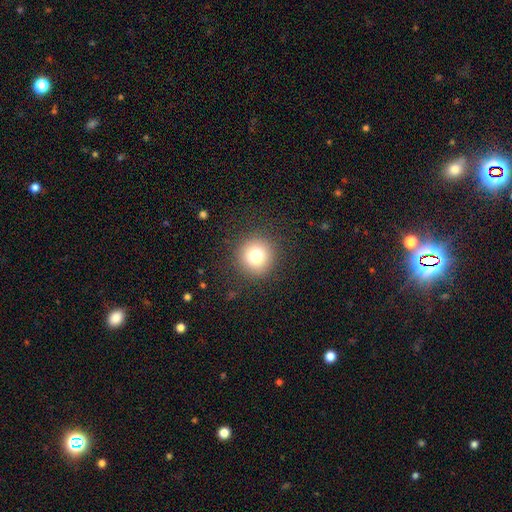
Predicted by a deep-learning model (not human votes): Smooth or featured: smooth — 77% (star or artifact — 13%)
How rounded: round — 94% (in between — 5%)
Merging: none — 90% (minor disturbance — 6%)